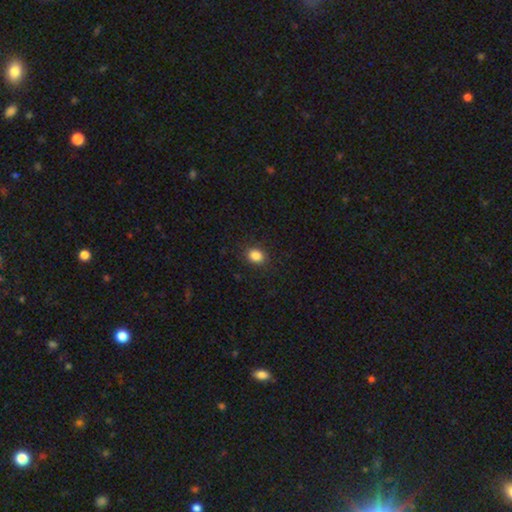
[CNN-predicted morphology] Smooth or featured: smooth — 86% (star or artifact — 10%)
How rounded: round — 51% (in between — 48%)
Merging: none — 88% (minor disturbance — 9%)